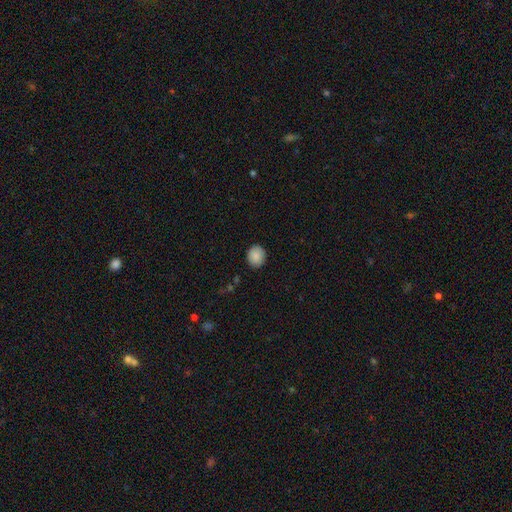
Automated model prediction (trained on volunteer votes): Smooth or featured? Predicted: smooth (p=0.88). How rounded? Predicted: round (p=0.73). Merging? Predicted: none (p=0.89).